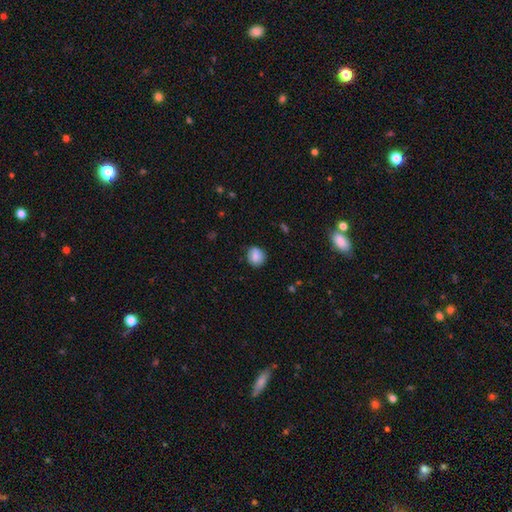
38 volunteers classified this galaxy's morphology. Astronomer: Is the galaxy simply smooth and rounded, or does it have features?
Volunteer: smooth — 92%.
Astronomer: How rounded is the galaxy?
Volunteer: round — 57% (runner-up: in between, 43%).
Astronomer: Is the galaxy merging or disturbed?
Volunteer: none — 76%.